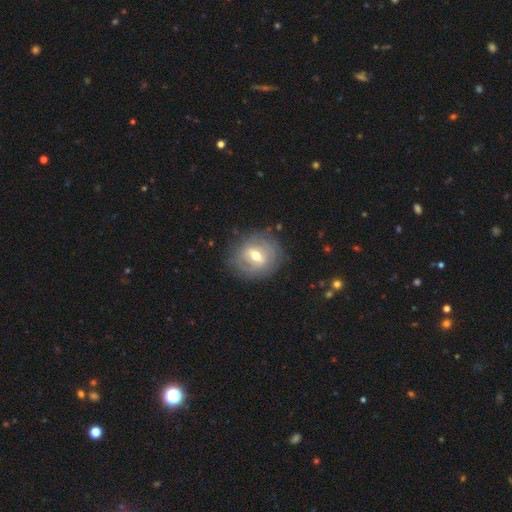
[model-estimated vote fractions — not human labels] Smooth or featured?
  - featured or disk: 67% *
  - smooth: 25%
  - star or artifact: 8%
Edge-on disk?
  - no: 93% *
  - yes: 7%
Bar?
  - weak: 49% *
  - strong: 33%
  - no: 18%
Spiral arms?
  - yes: 61% *
  - no: 39%
Bulge size?
  - moderate: 73% *
  - small: 19%
  - large: 6%
  - dominant: 1%
  - none: 1%
Merging?
  - none: 78% *
  - minor disturbance: 15%
  - major disturbance: 6%
  - merger: 1%